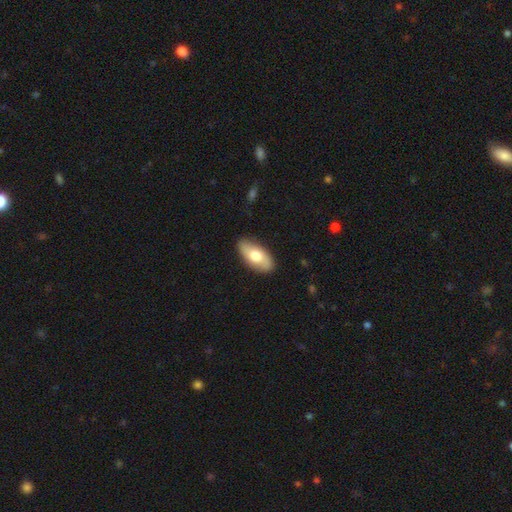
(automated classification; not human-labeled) Smooth or featured? smooth (67%)
How rounded? in between (91%)
Merging? none (86%)